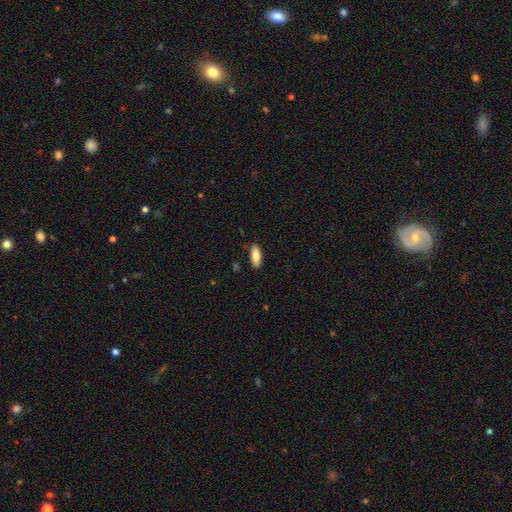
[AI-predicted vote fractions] Overall: smooth (82%). How rounded: in between (72%). Merging: none (87%).